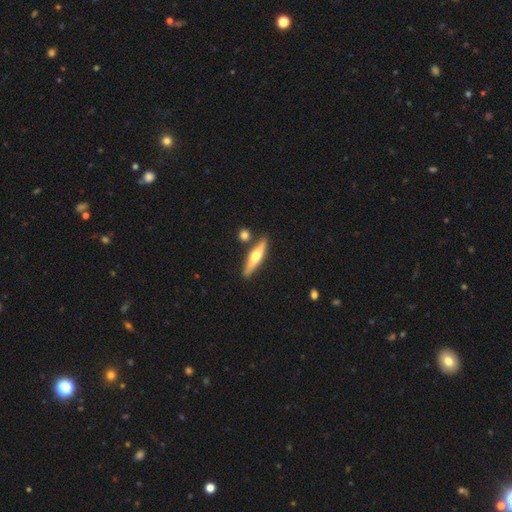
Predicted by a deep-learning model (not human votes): Smooth or featured? Predicted: featured or disk (p=0.53). Edge-on disk? Predicted: yes (p=0.93). Merging? Predicted: none (p=0.82).